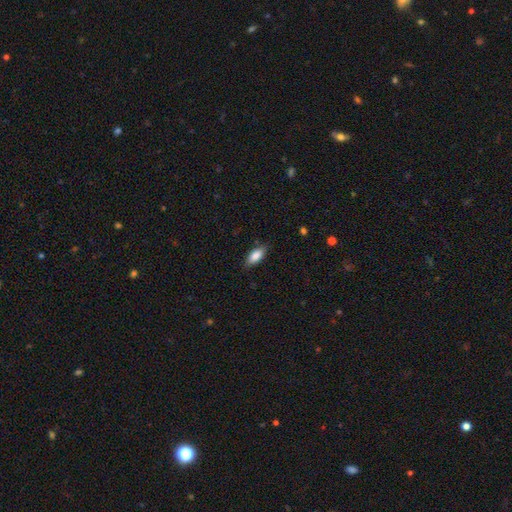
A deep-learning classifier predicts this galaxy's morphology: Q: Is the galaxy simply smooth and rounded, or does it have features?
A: smooth — 86%.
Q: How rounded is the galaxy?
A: in between — 86%.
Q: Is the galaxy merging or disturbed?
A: none — 83%.